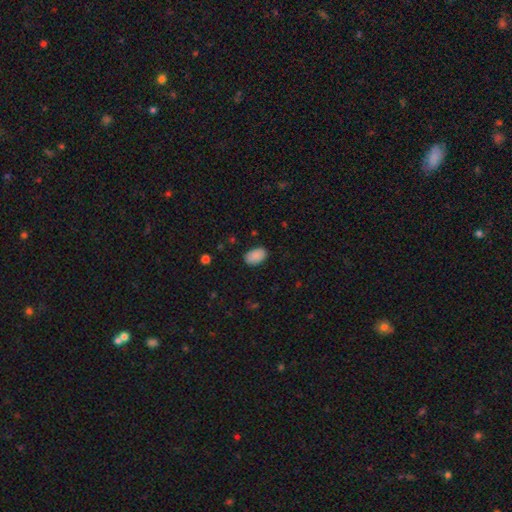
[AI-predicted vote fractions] Smooth or featured?
  - smooth: 89% *
  - star or artifact: 7%
  - featured or disk: 4%
How rounded?
  - in between: 92% *
  - round: 7%
  - cigar-shaped: 1%
Merging?
  - none: 85% *
  - minor disturbance: 12%
  - major disturbance: 3%
  - merger: 1%